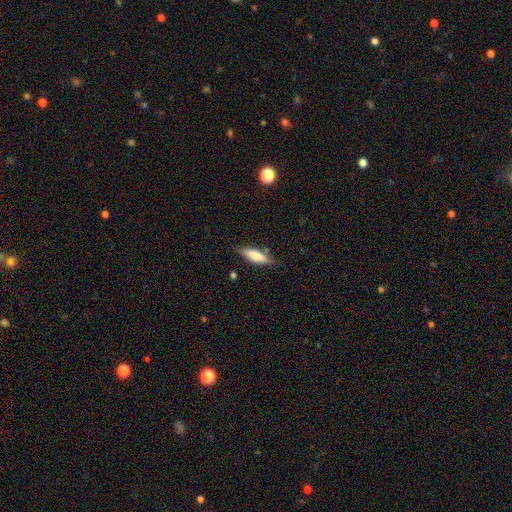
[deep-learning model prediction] Overall: smooth (65%; featured or disk 28%). How rounded: cigar-shaped (53%; in between 45%). Merging: none (78%).